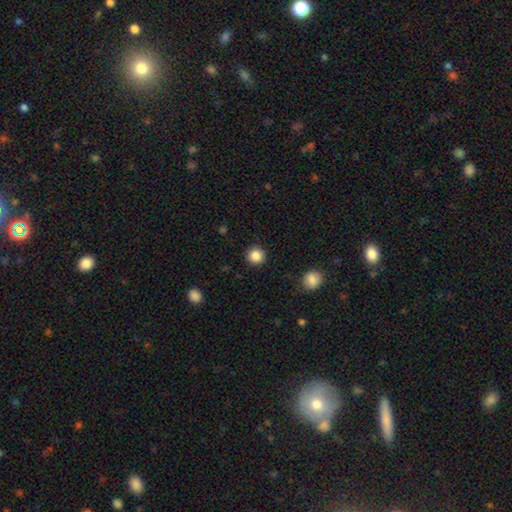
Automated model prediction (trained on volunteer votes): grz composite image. It shows a smooth galaxy with no disk features (86%) that is round (95%). Merging: none (91%).